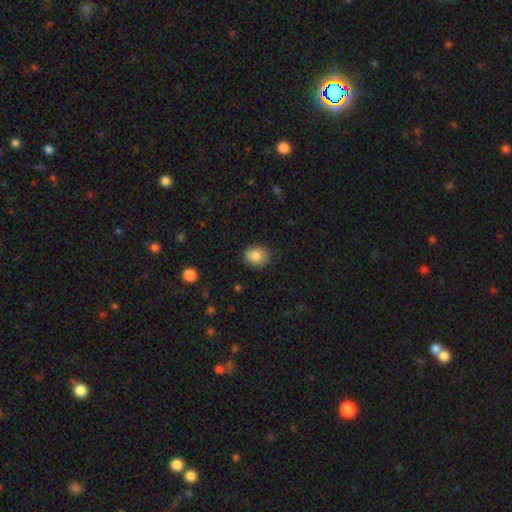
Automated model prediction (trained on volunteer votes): smooth-or-featured: smooth: 81% | featured or disk: 10% | star or artifact: 9%
  how-rounded: round: 60% | in between: 39% | cigar-shaped: 1%
  merging: none: 80% | minor disturbance: 15% | major disturbance: 3% | merger: 2%